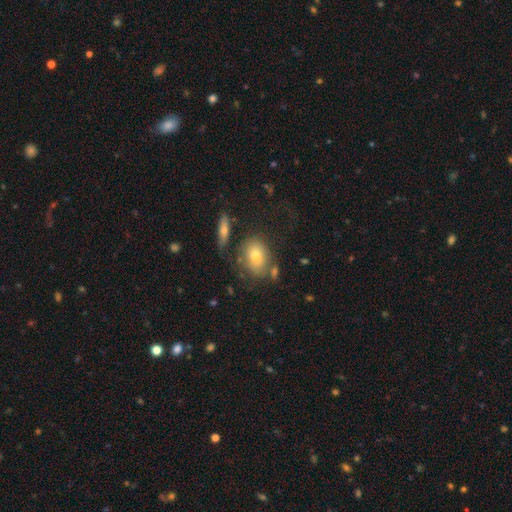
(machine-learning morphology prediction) Smooth or featured?
  - smooth: 72% *
  - featured or disk: 19%
  - star or artifact: 10%
How rounded?
  - in between: 71% *
  - round: 26%
  - cigar-shaped: 2%
Merging?
  - none: 64% *
  - minor disturbance: 17%
  - merger: 11%
  - major disturbance: 8%